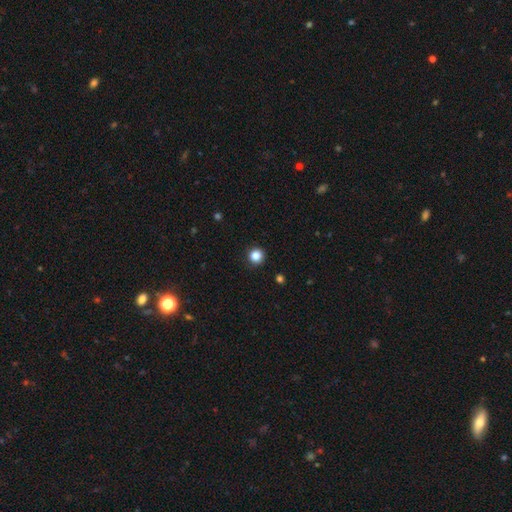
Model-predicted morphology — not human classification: type=smooth (85%); roundness=round (95%); merging=none (93%).